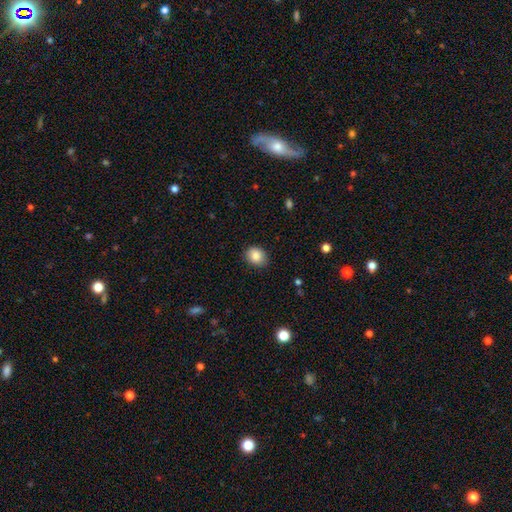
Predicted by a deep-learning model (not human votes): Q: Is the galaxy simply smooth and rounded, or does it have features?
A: smooth — 87%.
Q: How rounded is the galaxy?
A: round — 53%.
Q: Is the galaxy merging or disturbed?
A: none — 84%.